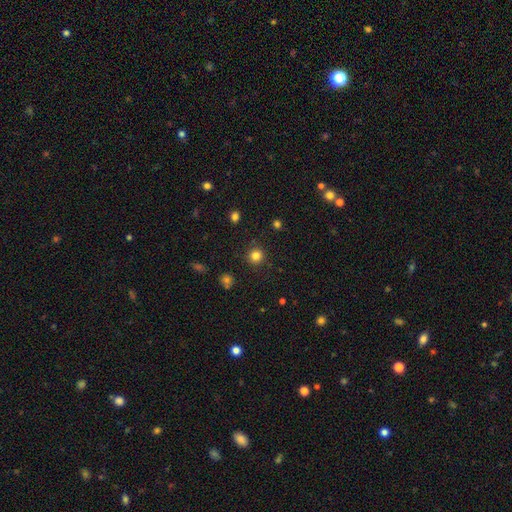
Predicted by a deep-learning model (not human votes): smooth_or_featured: smooth (p=0.82) [alt: star or artifact p=0.13]
how_rounded: round (p=0.94) [alt: in between p=0.05]
merging: none (p=0.90) [alt: minor disturbance p=0.06]